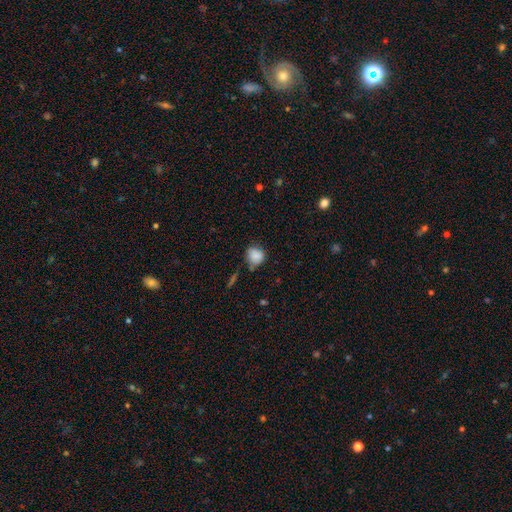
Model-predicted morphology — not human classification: This appears to be a smooth galaxy with no disk features (84%) that is round (77%). Merging: none (59%).